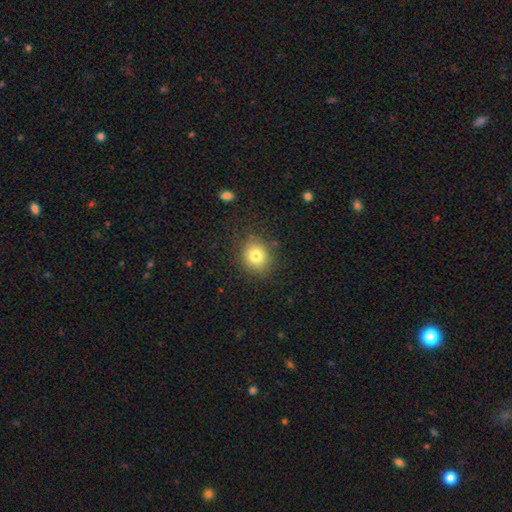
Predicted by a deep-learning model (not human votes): smooth-or-featured: smooth: 79% | star or artifact: 12% | featured or disk: 9%
  how-rounded: round: 75% | in between: 24% | cigar-shaped: 1%
  merging: none: 84% | minor disturbance: 11% | major disturbance: 4% | merger: 1%